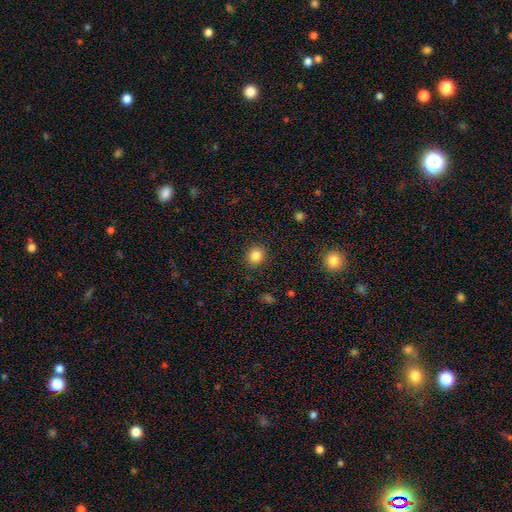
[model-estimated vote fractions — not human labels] A smooth galaxy with no disk features (85%) that is round (79%).

Vote fractions:
- Smooth or featured? smooth: 85% / star or artifact: 11% / featured or disk: 5%
- How rounded? round: 79% / in between: 20% / cigar-shaped: 1%
- Merging? none: 87% / minor disturbance: 9% / major disturbance: 3% / merger: 1%